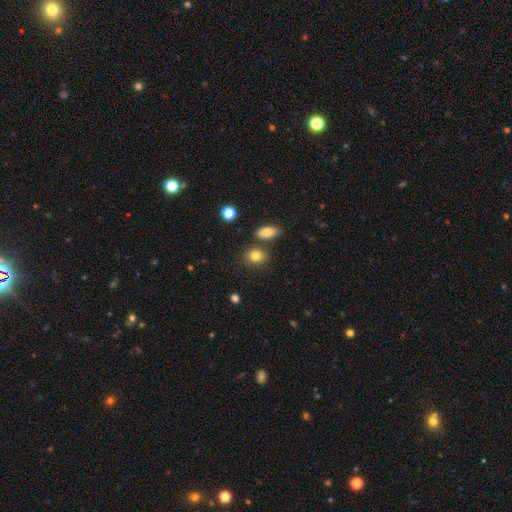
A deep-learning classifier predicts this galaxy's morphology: smooth 81%, star or artifact 10%, featured or disk 9%. Down the decision tree: how rounded — in between (54%); merging — none (72%).